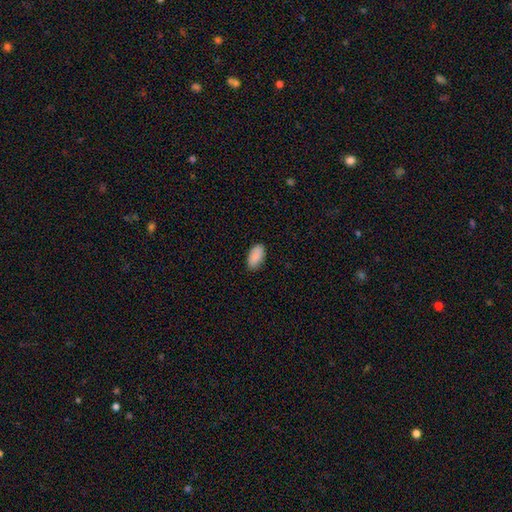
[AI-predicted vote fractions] Overall: smooth (90%). How rounded: in between (95%). Merging: none (86%).